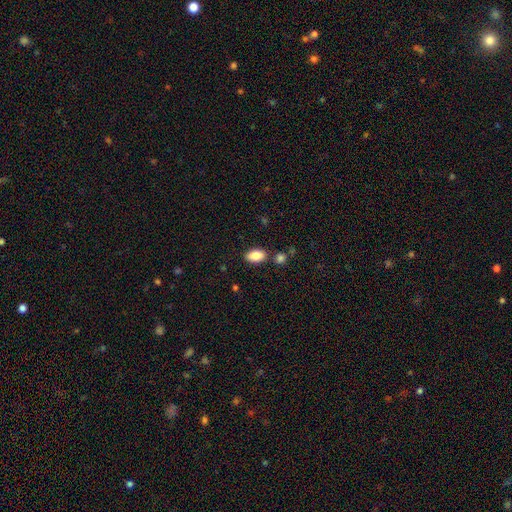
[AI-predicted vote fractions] Smooth or featured? smooth (85%)
How rounded? in between (92%)
Merging? none (82%)